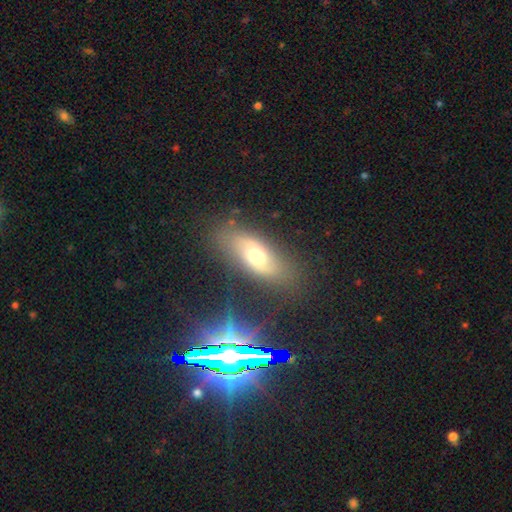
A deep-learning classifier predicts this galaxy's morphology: Smooth or featured: smooth — 48% (featured or disk — 38%)
Merging: none — 78% (minor disturbance — 14%)